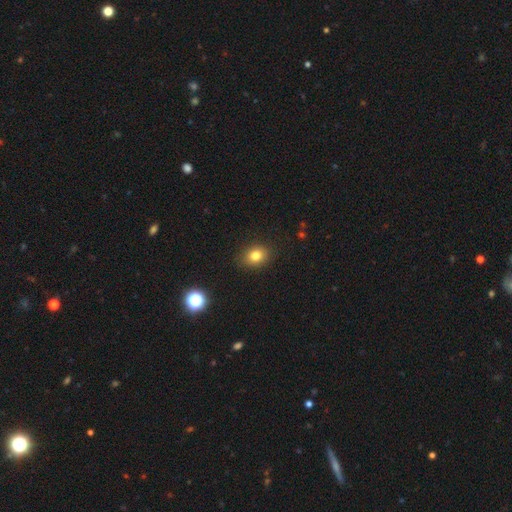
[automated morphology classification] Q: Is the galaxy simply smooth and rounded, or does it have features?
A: smooth — 80%.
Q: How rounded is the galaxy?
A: in between — 54%.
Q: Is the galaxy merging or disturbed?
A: none — 87%.